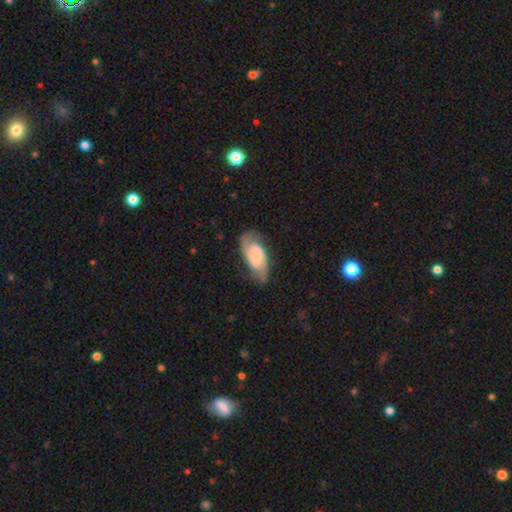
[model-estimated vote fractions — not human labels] Smooth or featured?
  - featured or disk: 59% *
  - smooth: 34%
  - star or artifact: 7%
Edge-on disk?
  - no: 94% *
  - yes: 6%
Bar?
  - no: 50% *
  - weak: 37%
  - strong: 13%
Spiral arms?
  - yes: 89% *
  - no: 11%
Bulge size?
  - small: 28% *
  - none: 27%
  - moderate: 20%
  - large: 20%
  - dominant: 5%
Merging?
  - none: 66% *
  - minor disturbance: 23%
  - major disturbance: 10%
  - merger: 2%